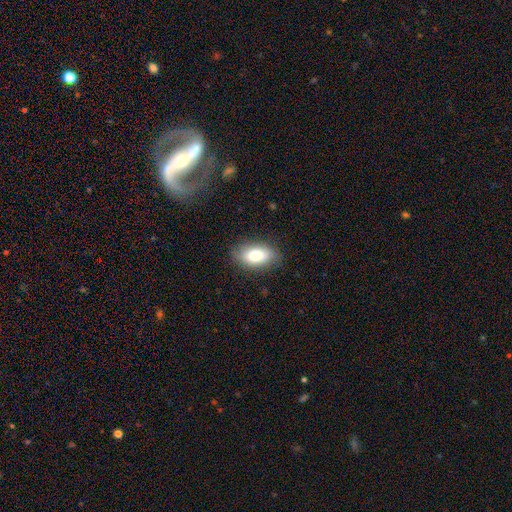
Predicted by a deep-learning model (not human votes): Smooth or featured?
  - smooth: 79% *
  - featured or disk: 14%
  - star or artifact: 7%
How rounded?
  - in between: 90% *
  - round: 5%
  - cigar-shaped: 5%
Merging?
  - none: 84% *
  - minor disturbance: 12%
  - major disturbance: 3%
  - merger: 1%